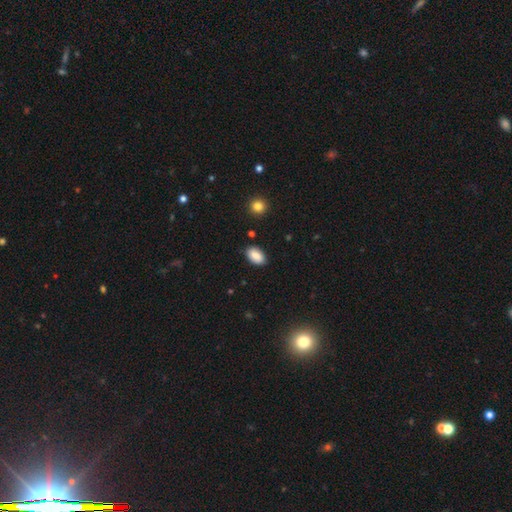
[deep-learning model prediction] The model was most divided on "merging": none: 86%, minor disturbance: 10%, major disturbance: 2%, merger: 2%. More confident: how rounded — in between (93%); smooth or featured — smooth (87%).